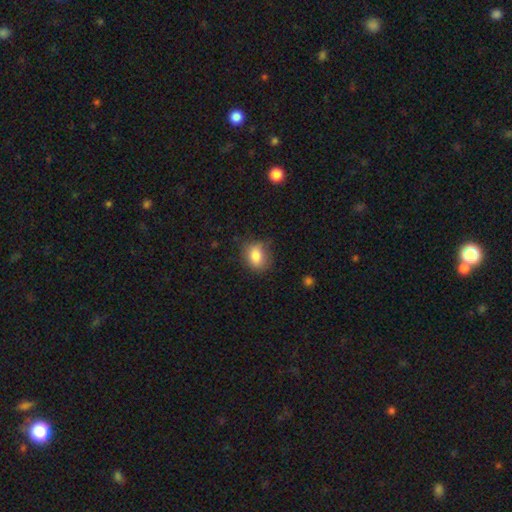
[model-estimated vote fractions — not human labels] A smooth galaxy with no disk features (83%) that is in between round and cigar-shaped (62%). Merging: none (69%).